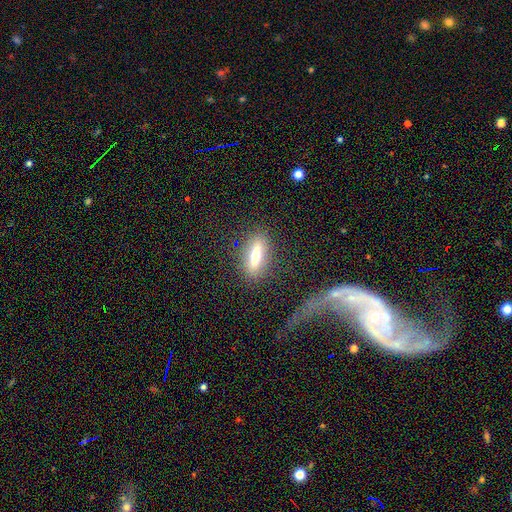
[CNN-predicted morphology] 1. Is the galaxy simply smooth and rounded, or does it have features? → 53% smooth, 38% featured or disk, 10% star or artifact.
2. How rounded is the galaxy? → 53% cigar-shaped, 43% in between, 4% round.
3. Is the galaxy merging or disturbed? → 81% none, 10% minor disturbance, 6% major disturbance, 2% merger.